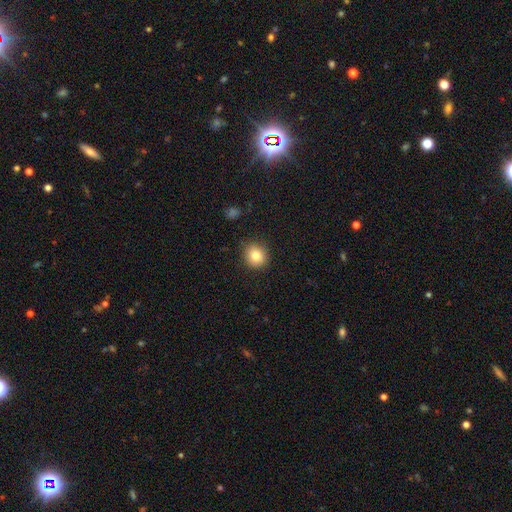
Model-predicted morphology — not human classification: smooth_or_featured: smooth (p=0.82) [alt: star or artifact p=0.10]
how_rounded: round (p=0.83) [alt: in between p=0.16]
merging: none (p=0.87) [alt: minor disturbance p=0.09]